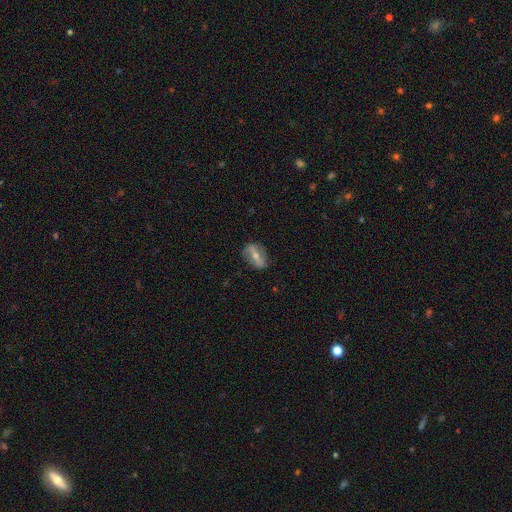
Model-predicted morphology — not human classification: Smooth or featured? Predicted: featured or disk (p=0.62). Edge-on disk? Predicted: no (p=0.78). Merging? Predicted: none (p=0.80).